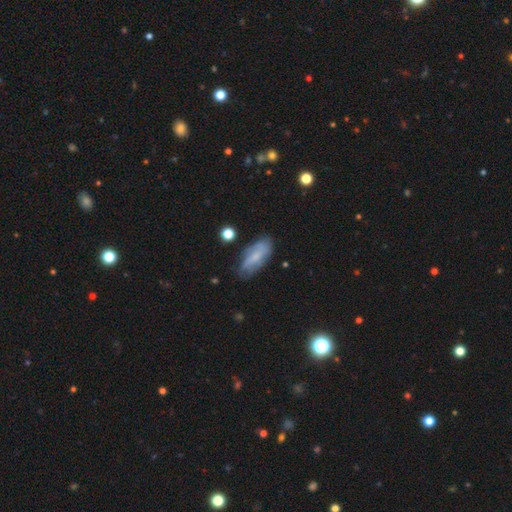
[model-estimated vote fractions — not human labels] Smooth or featured? smooth (55%)
How rounded? in between (77%)
Merging? none (69%)